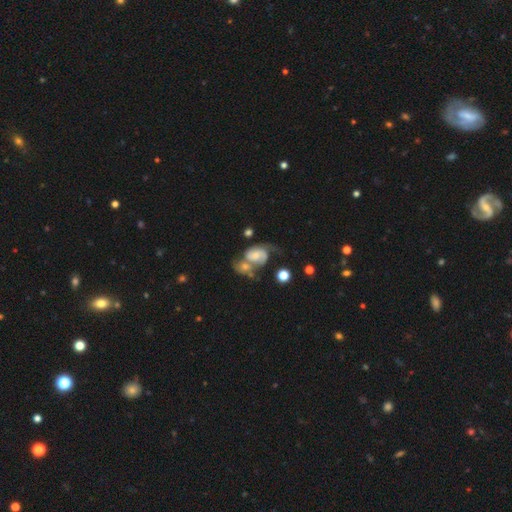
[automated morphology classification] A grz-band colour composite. It shows a featured or disk galaxy (70%) with no bar (62%), 2 (76%) medium (46%) spiral arms (91%) and a small central bulge (51%). Merging: merger (48%).